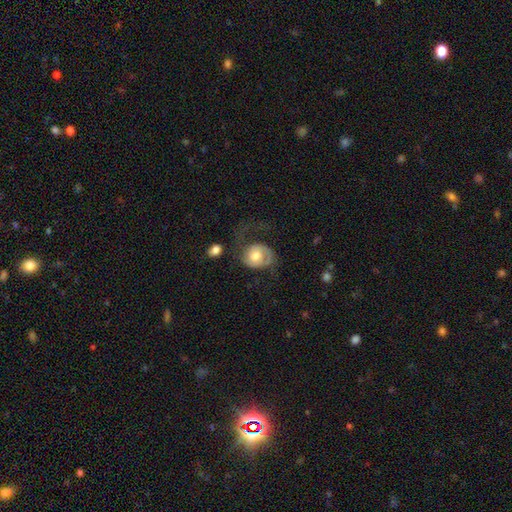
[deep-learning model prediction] The model was most divided on "smooth or featured": featured or disk: 51%, smooth: 42%, star or artifact: 6%. Remaining: edge-on disk — no (97%); merging — major disturbance (48%).